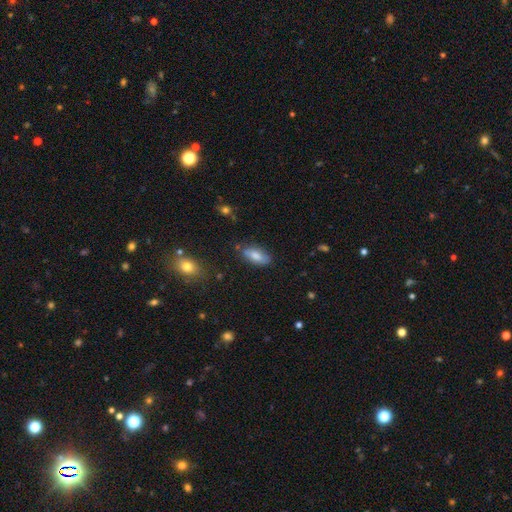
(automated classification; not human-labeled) The model was most divided on "merging": none: 77%, minor disturbance: 16%, major disturbance: 3%, merger: 3%. More confident: how rounded — in between (83%); smooth or featured — smooth (78%).